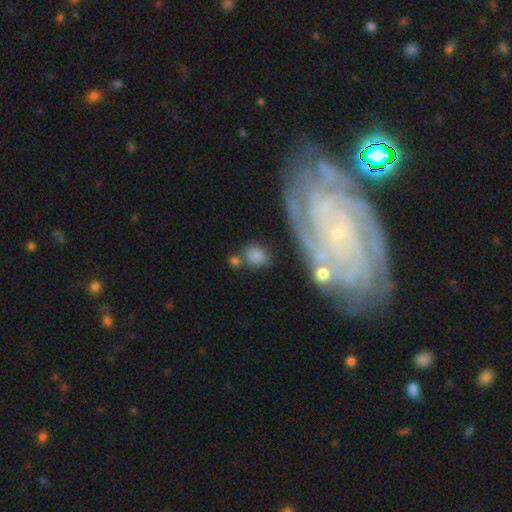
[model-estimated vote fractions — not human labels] Overall: smooth (80%). How rounded: round (59%; in between 38%). Merging: none (65%).